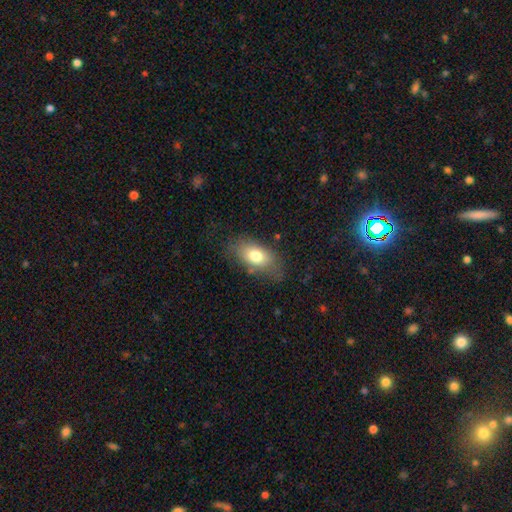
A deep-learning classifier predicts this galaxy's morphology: Smooth or featured? smooth (74%)
How rounded? in between (88%)
Merging? none (70%)